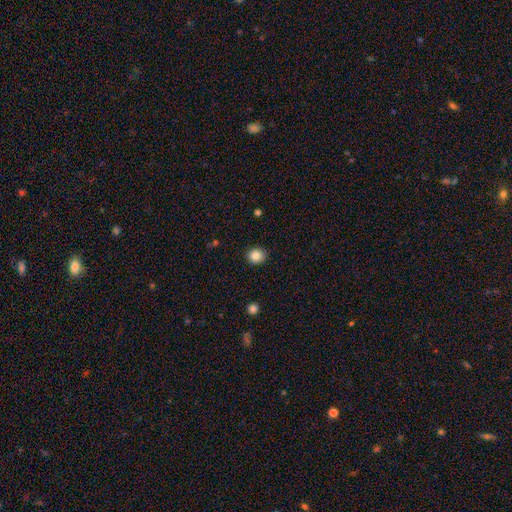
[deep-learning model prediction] smooth 85%, star or artifact 10%, featured or disk 5%. Down the decision tree: how rounded — round (86%); merging — none (91%).